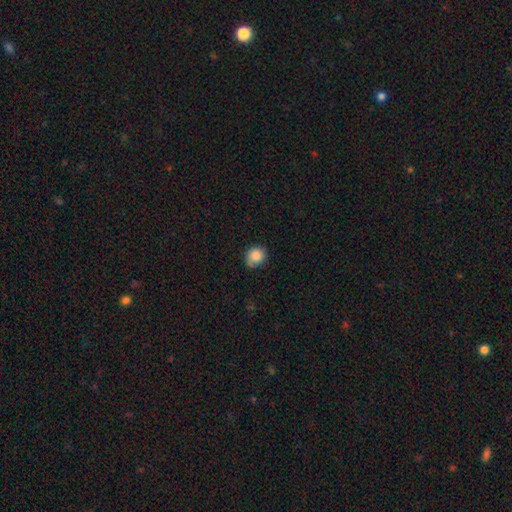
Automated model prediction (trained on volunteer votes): Smooth or featured: smooth — 84% (star or artifact — 9%)
How rounded: round — 75% (in between — 24%)
Merging: none — 70% (minor disturbance — 24%)